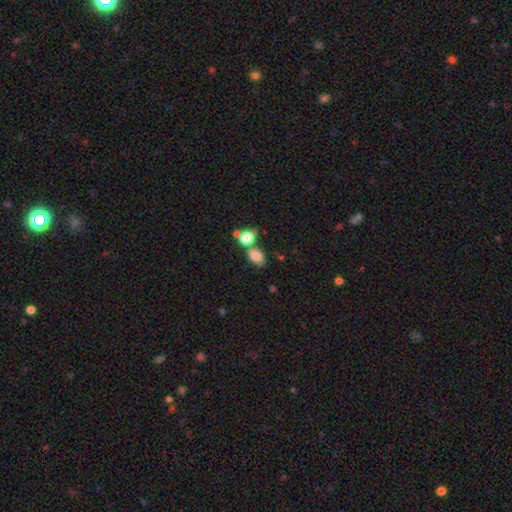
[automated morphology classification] This appears to be a smooth galaxy with no disk features (75%) that is in between round and cigar-shaped (74%). Merging: none (41%).